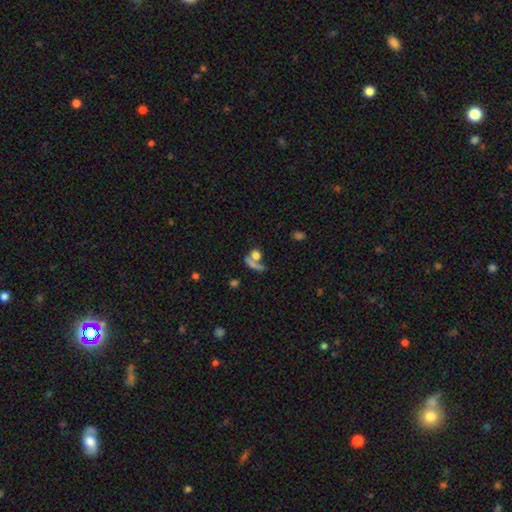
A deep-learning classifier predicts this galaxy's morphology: The model was most divided on "merging": merger: 44%, none: 34%, major disturbance: 12%, minor disturbance: 9%. More confident: smooth or featured — smooth (67%); how rounded — round (54%).